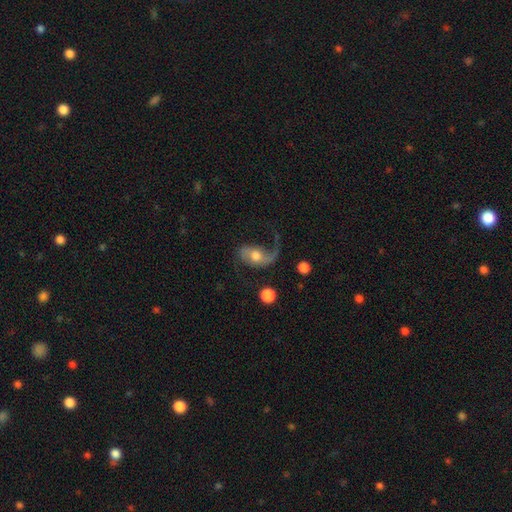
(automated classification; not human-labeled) Morphology: type=featured or disk (71%); edge-on=no (96%); bar=no (61%); spiral arms=yes (91%); winding=loose (71%); arm count=1 (48%); bulge=moderate (65%); merging=none (42%).